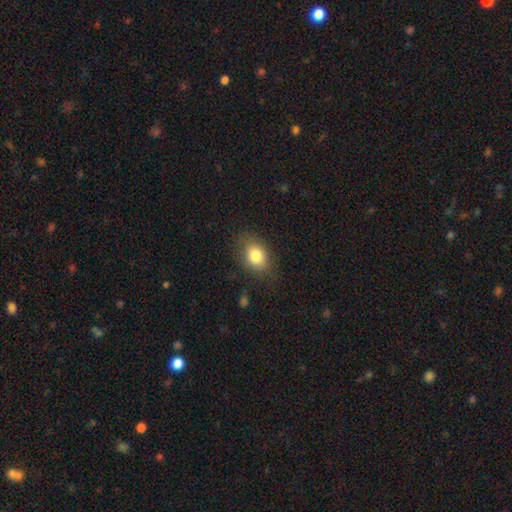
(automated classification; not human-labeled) smooth-or-featured: smooth: 81% | featured or disk: 10% | star or artifact: 9%
  how-rounded: in between: 67% | round: 31% | cigar-shaped: 1%
  merging: none: 77% | minor disturbance: 17% | major disturbance: 5% | merger: 1%